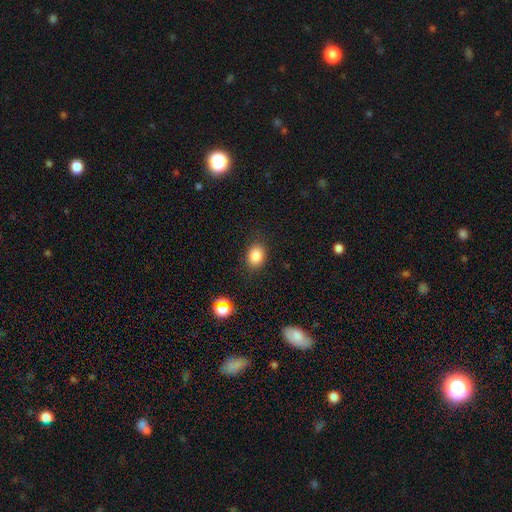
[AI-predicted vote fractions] Smooth or featured? Predicted: smooth (p=0.83). How rounded? Predicted: in between (p=0.63). Merging? Predicted: none (p=0.84).